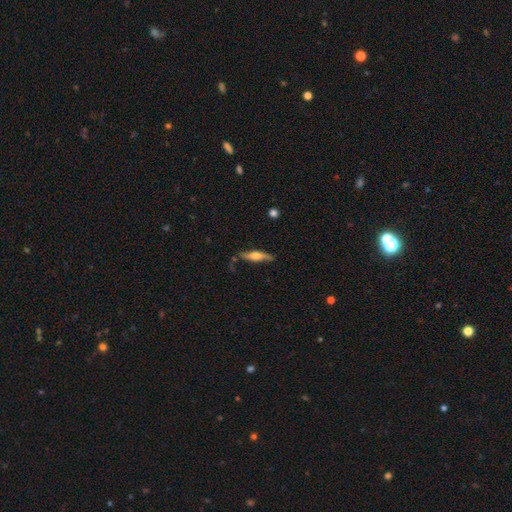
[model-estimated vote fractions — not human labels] Smooth or featured: featured or disk — 55% (smooth — 39%)
Edge-on disk: yes — 87% (no — 13%)
Merging: none — 76% (minor disturbance — 17%)